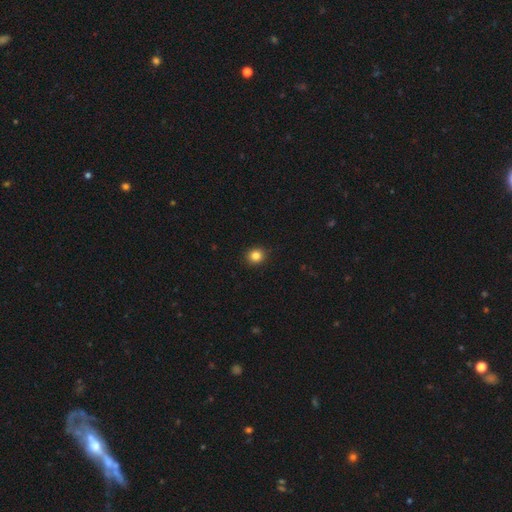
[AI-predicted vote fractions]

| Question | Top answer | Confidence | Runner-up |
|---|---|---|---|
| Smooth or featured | smooth | 84% | star or artifact (11%) |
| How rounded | round | 84% | in between (15%) |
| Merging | none | 92% | minor disturbance (6%) |